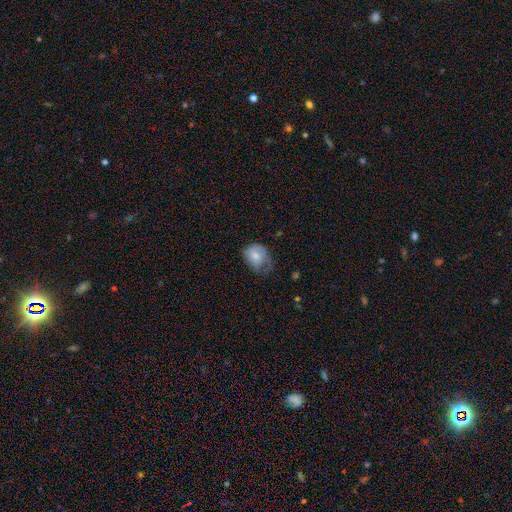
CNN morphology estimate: Q: Smooth or featured?
A: smooth (62%); runner-up: featured or disk (31%)
Q: How rounded?
A: in between (59%); runner-up: round (40%)
Q: Merging?
A: minor disturbance (36%); runner-up: none (34%)